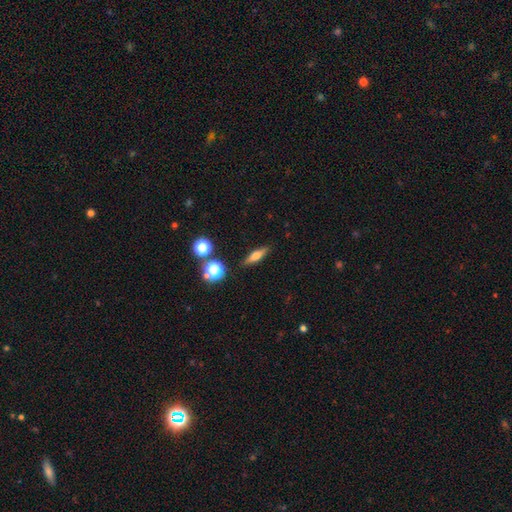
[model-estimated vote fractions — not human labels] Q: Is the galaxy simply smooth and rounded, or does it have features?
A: smooth — 53%.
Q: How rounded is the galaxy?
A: cigar-shaped — 60%.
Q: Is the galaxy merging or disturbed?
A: none — 87%.